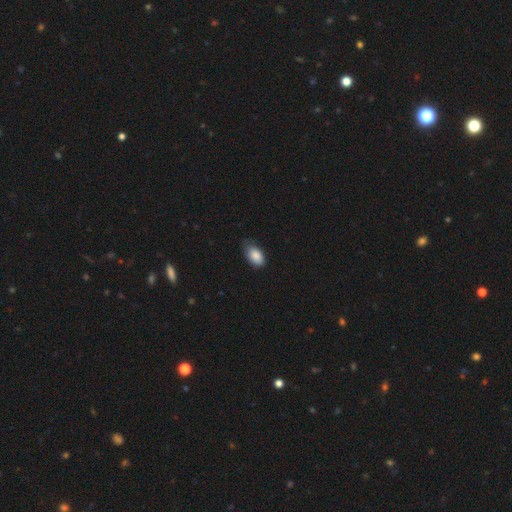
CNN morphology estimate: Overall: smooth (87%). How rounded: in between (92%). Merging: none (61%; minor disturbance 33%).